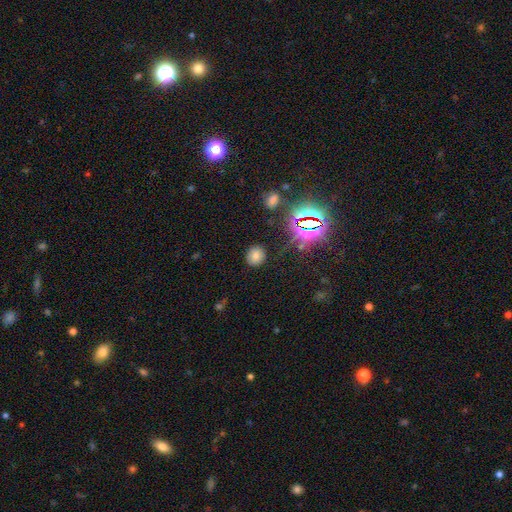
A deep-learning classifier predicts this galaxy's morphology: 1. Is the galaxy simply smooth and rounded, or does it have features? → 67% smooth, 24% star or artifact, 9% featured or disk.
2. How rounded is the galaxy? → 74% round, 25% in between, 1% cigar-shaped.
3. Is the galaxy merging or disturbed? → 86% none, 9% minor disturbance, 3% major disturbance, 2% merger.